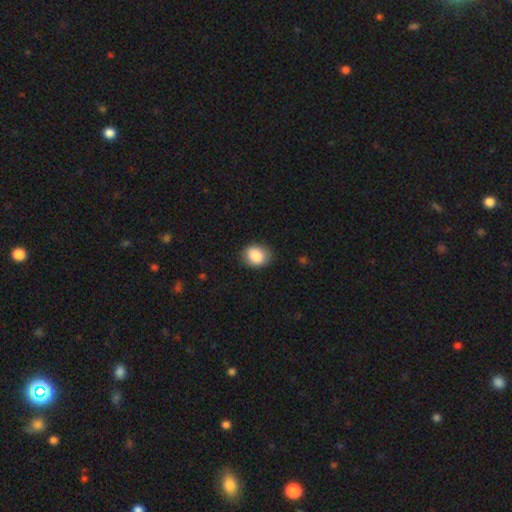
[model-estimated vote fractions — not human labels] smooth_or_featured: smooth (p=0.88) [alt: star or artifact p=0.08]
how_rounded: in between (p=0.51) [alt: round p=0.49]
merging: none (p=0.84) [alt: minor disturbance p=0.13]